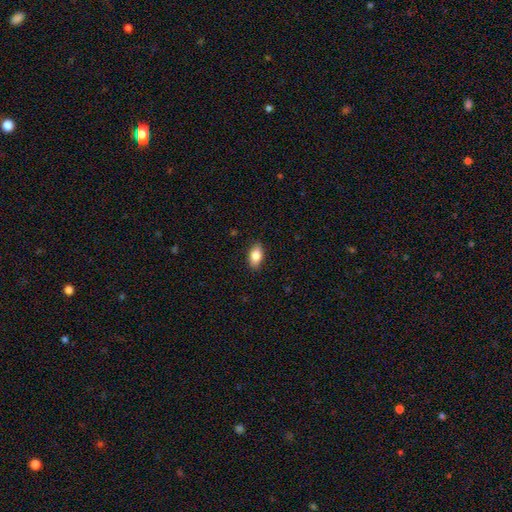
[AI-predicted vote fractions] smooth 84%, featured or disk 9%, star or artifact 8%. Down the decision tree: how rounded — in between (90%); merging — none (88%).